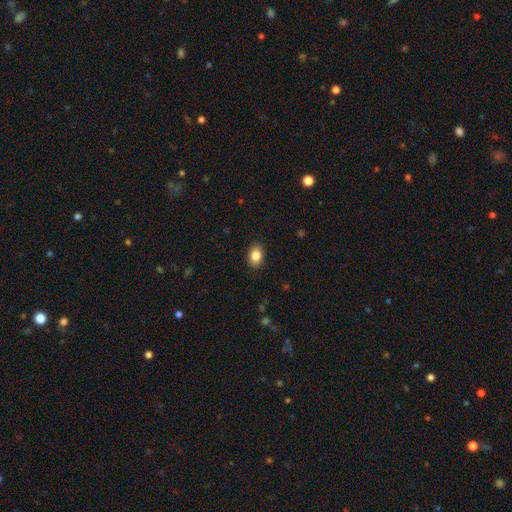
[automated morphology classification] A smooth galaxy with no disk features (86%) that is in between round and cigar-shaped (83%). Merging: none (89%).